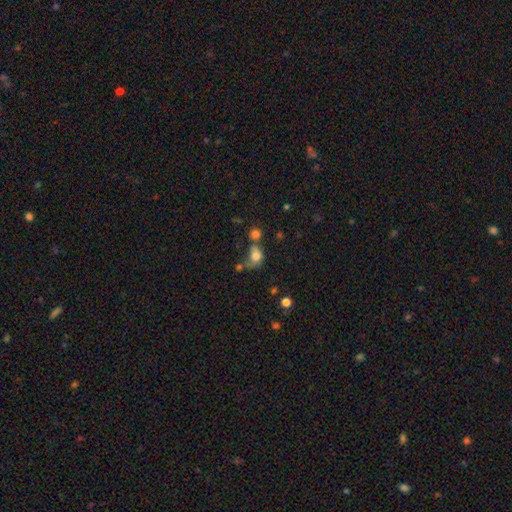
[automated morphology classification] A smooth galaxy with no disk features (75%) that is in between round and cigar-shaped (50%). Merging: merger (36%).